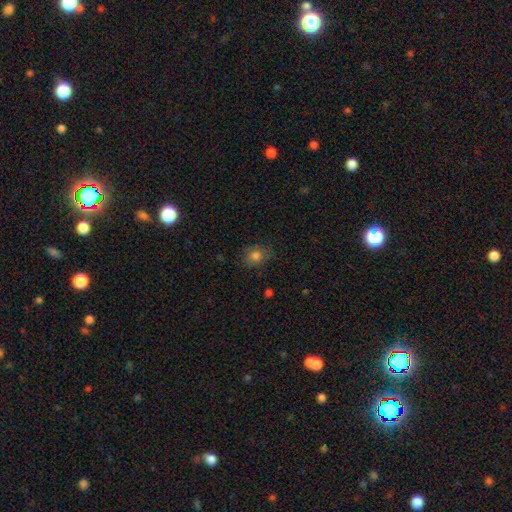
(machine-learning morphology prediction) The model was most divided on "how rounded": round: 54%, in between: 45%, cigar-shaped: 1%. More confident: smooth or featured — smooth (80%); merging — none (75%).